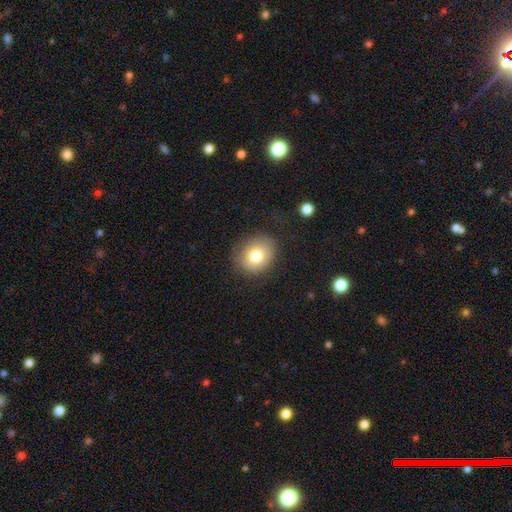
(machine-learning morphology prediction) smooth_or_featured: smooth (p=0.76) [alt: featured or disk p=0.14]
how_rounded: round (p=0.65) [alt: in between p=0.35]
merging: none (p=0.80) [alt: minor disturbance p=0.13]